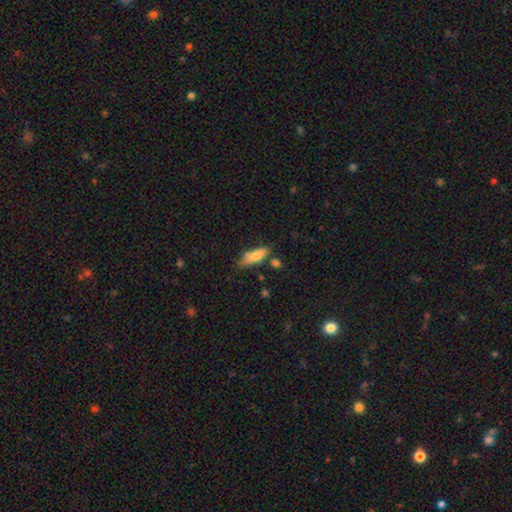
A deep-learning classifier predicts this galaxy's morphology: smooth_or_featured: smooth (p=0.73) [alt: featured or disk p=0.20]
how_rounded: in between (p=0.52) [alt: cigar-shaped p=0.45]
merging: none (p=0.61) [alt: minor disturbance p=0.23]